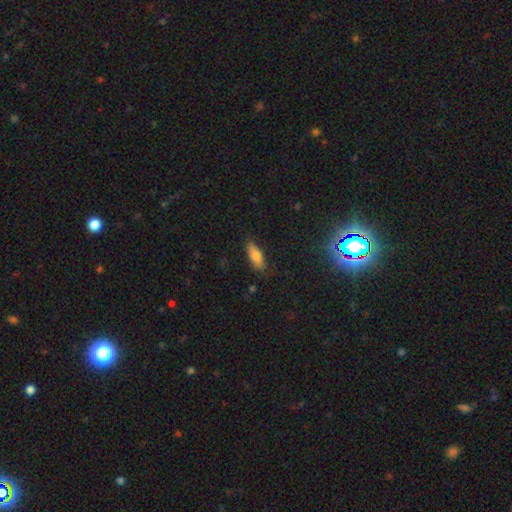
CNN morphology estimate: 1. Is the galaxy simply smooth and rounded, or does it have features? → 79% smooth, 12% featured or disk, 8% star or artifact.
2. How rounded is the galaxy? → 70% in between, 28% cigar-shaped, 2% round.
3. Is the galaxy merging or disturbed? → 79% none, 16% minor disturbance, 4% major disturbance, 1% merger.